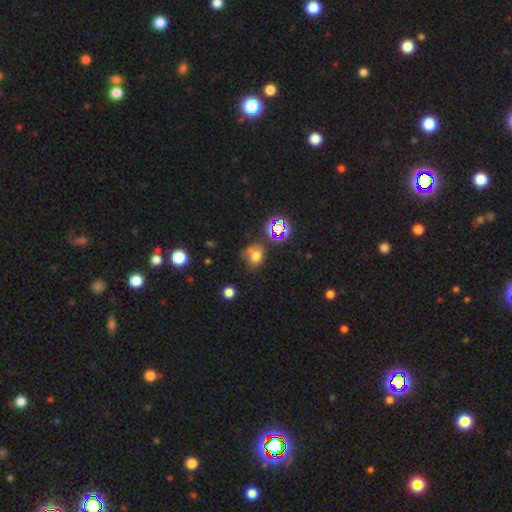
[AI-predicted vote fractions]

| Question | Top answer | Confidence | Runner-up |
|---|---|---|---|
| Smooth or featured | smooth | 65% | star or artifact (24%) |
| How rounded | round | 68% | in between (31%) |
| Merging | none | 51% | minor disturbance (26%) |